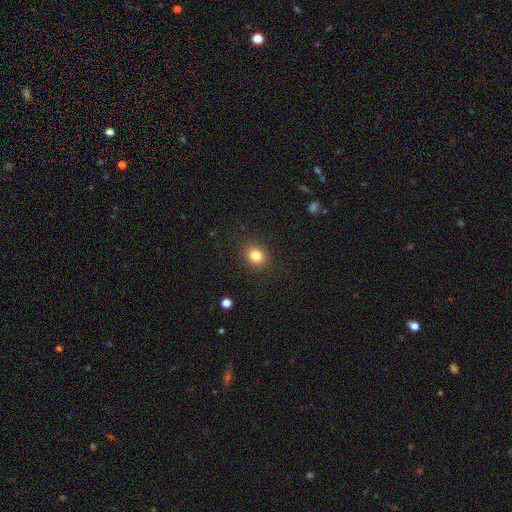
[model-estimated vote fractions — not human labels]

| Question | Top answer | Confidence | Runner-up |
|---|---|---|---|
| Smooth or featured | smooth | 82% | star or artifact (12%) |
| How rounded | round | 67% | in between (32%) |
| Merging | none | 88% | minor disturbance (8%) |